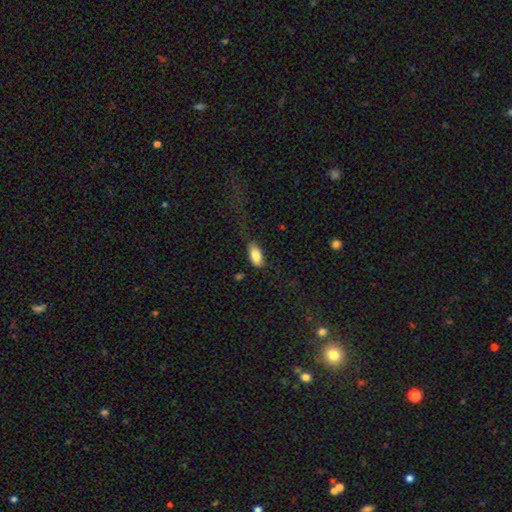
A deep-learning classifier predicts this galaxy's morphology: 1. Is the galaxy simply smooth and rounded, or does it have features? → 86% smooth, 7% featured or disk, 7% star or artifact.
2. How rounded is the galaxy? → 89% in between, 8% cigar-shaped, 3% round.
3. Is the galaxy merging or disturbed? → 64% none, 23% minor disturbance, 11% major disturbance, 2% merger.